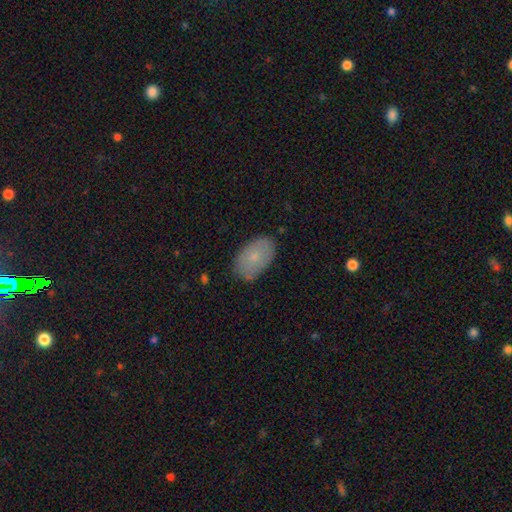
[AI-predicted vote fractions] smooth-or-featured: smooth: 76% | featured or disk: 18% | star or artifact: 7%
  how-rounded: in between: 92% | round: 6% | cigar-shaped: 1%
  merging: none: 80% | minor disturbance: 16% | major disturbance: 3% | merger: 1%